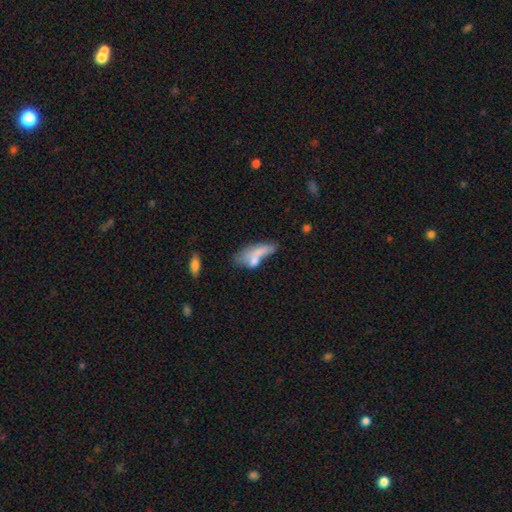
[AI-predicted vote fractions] Smooth or featured? smooth (66%)
How rounded? in between (66%)
Merging? merger (43%)